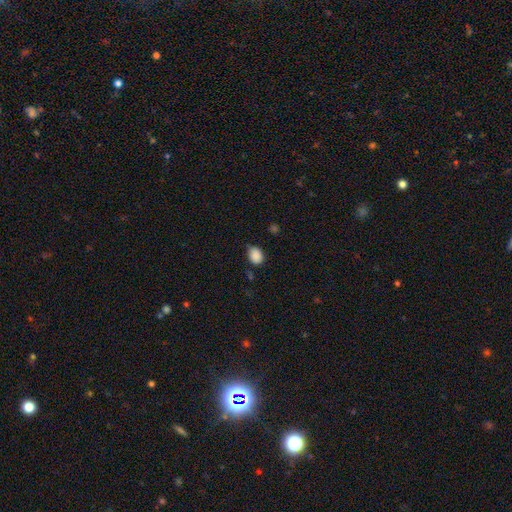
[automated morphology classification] Smooth or featured: smooth — 87% (star or artifact — 9%)
How rounded: in between — 60% (round — 39%)
Merging: none — 64% (minor disturbance — 29%)